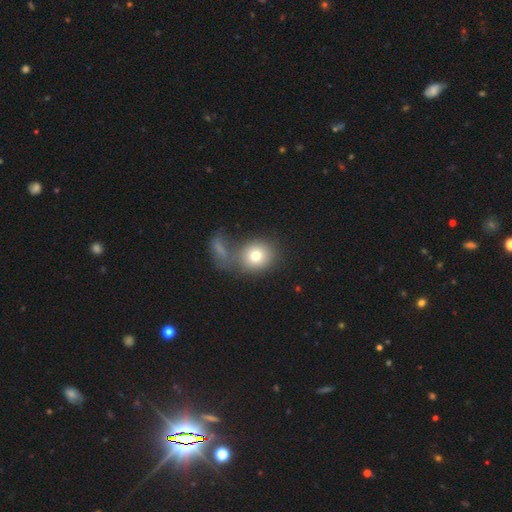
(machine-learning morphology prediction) smooth-or-featured: smooth: 76% | featured or disk: 14% | star or artifact: 10%
  how-rounded: round: 77% | in between: 21% | cigar-shaped: 1%
  merging: none: 52% | merger: 27% | minor disturbance: 12% | major disturbance: 10%